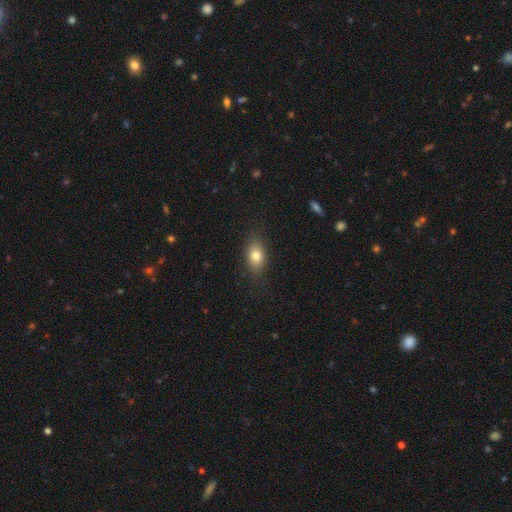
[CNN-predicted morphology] The model was most divided on "smooth or featured": smooth: 79%, featured or disk: 12%, star or artifact: 9%. More confident: merging — none (83%); how rounded — in between (82%).